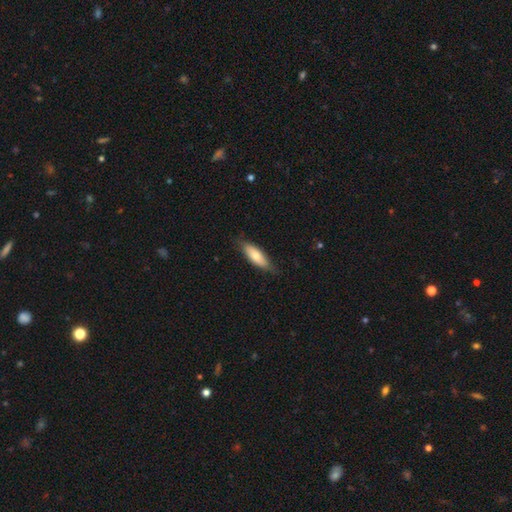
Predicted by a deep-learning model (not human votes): smooth_or_featured: smooth (p=0.74) [alt: featured or disk p=0.21]
how_rounded: in between (p=0.61) [alt: cigar-shaped p=0.37]
merging: none (p=0.76) [alt: minor disturbance p=0.20]